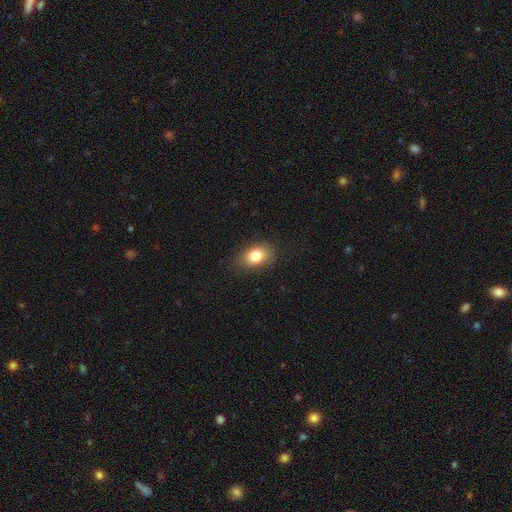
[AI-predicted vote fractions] A smooth galaxy with no disk features (81%) that is in between round and cigar-shaped (79%).

Vote fractions:
- Smooth or featured? smooth: 81% / featured or disk: 9% / star or artifact: 9%
- How rounded? in between: 79% / round: 20% / cigar-shaped: 1%
- Merging? none: 82% / minor disturbance: 14% / major disturbance: 4% / merger: 1%